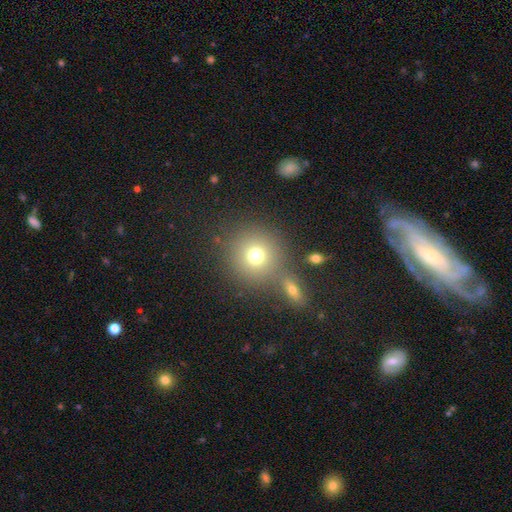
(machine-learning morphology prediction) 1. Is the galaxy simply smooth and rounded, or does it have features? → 74% smooth, 14% star or artifact, 12% featured or disk.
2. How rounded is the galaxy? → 91% round, 8% in between, 1% cigar-shaped.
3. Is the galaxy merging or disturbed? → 67% none, 20% merger, 9% minor disturbance, 4% major disturbance.